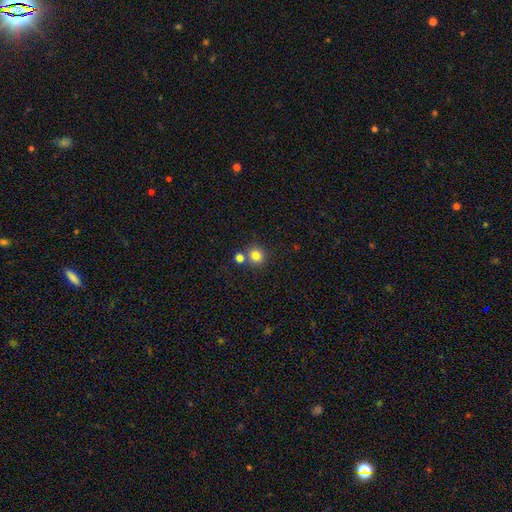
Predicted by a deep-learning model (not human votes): This is clearly a smooth galaxy (82%). How rounded: clearly round (87%). Merging: likely none (68%).